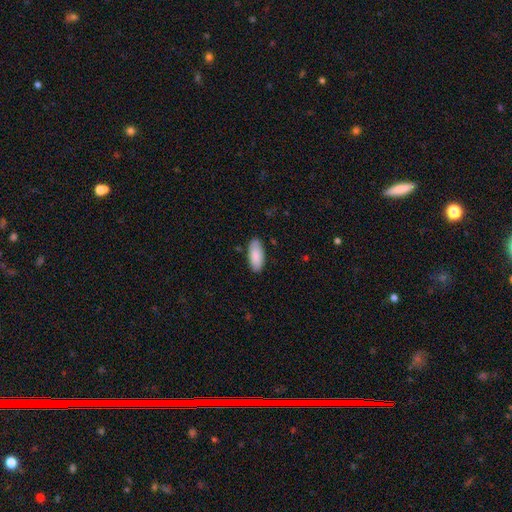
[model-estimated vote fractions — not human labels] A smooth galaxy with no disk features (87%) that is in between round and cigar-shaped (87%). Merging: none (83%).